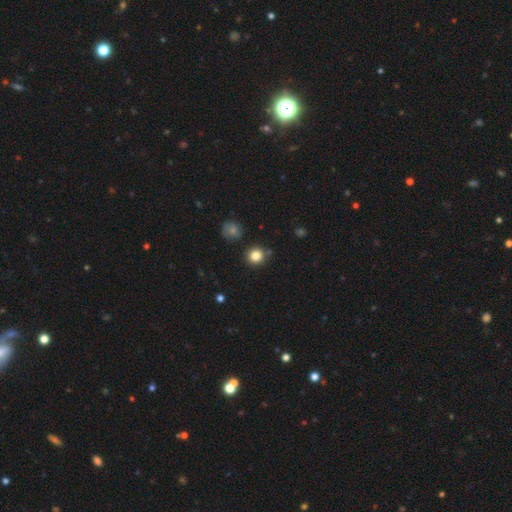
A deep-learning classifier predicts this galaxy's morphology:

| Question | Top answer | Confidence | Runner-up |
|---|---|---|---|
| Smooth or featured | smooth | 83% | star or artifact (12%) |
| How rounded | round | 90% | in between (9%) |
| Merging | none | 85% | minor disturbance (8%) |